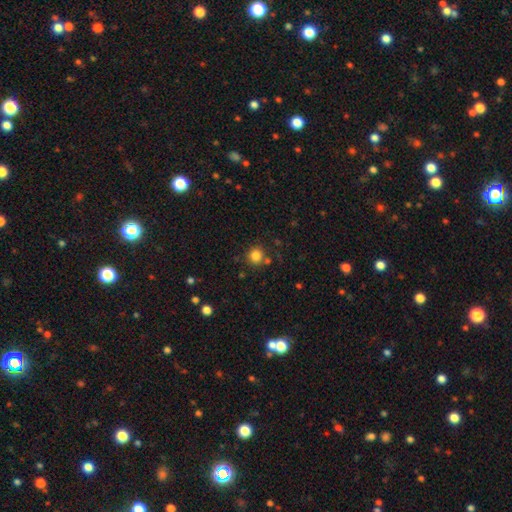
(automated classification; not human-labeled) Smooth or featured: smooth — 83% (star or artifact — 12%)
How rounded: round — 90% (in between — 9%)
Merging: none — 78% (minor disturbance — 10%)